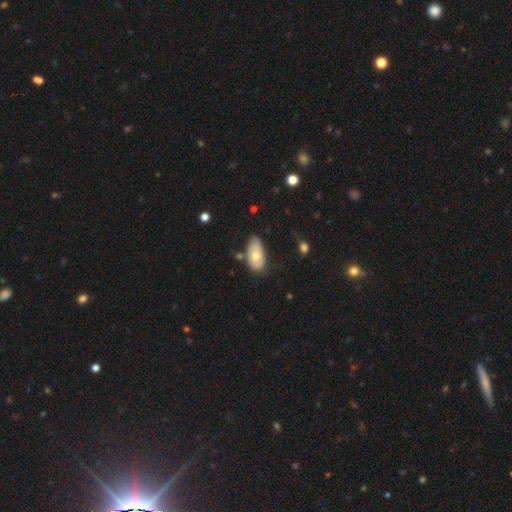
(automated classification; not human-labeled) Overall: smooth (60%; featured or disk 34%). How rounded: in between (93%). Merging: none (59%; minor disturbance 28%).